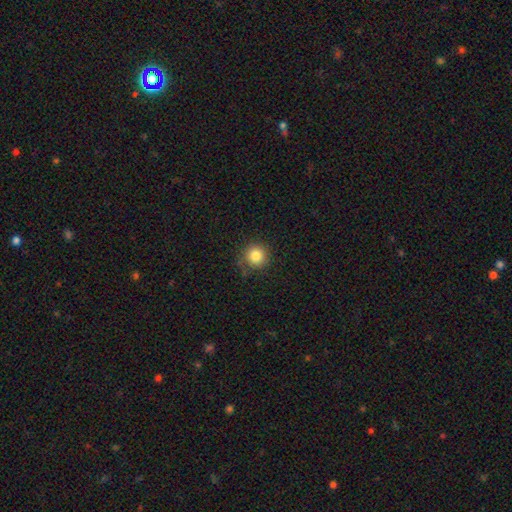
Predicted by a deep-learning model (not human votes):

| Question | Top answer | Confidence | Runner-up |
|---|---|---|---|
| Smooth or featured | smooth | 83% | star or artifact (11%) |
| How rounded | round | 93% | in between (6%) |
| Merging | none | 81% | minor disturbance (14%) |